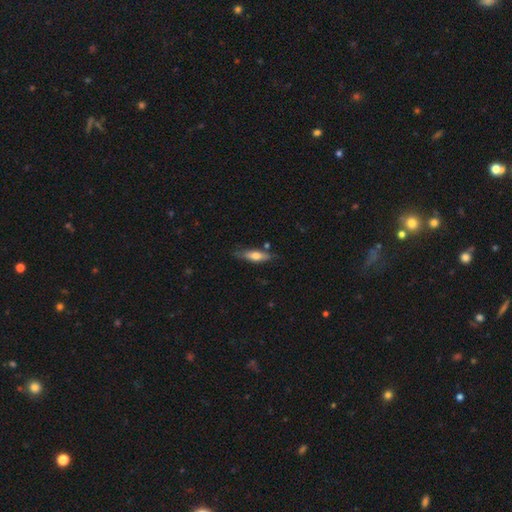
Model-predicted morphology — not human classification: Overall: smooth (56%; featured or disk 39%). How rounded: cigar-shaped (61%; in between 37%). Merging: none (74%).